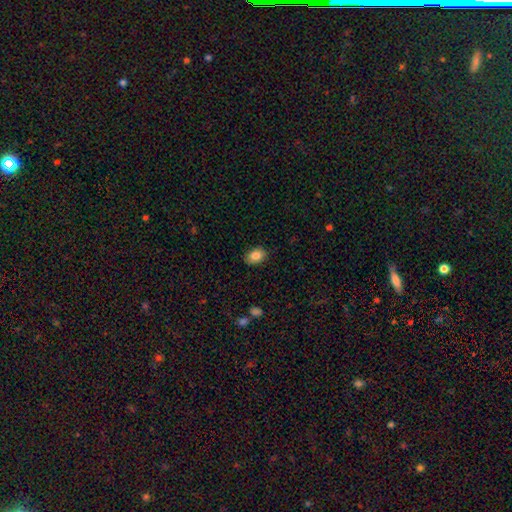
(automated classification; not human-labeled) Smooth or featured?
  - smooth: 85% *
  - star or artifact: 8%
  - featured or disk: 7%
How rounded?
  - in between: 77% *
  - round: 22%
  - cigar-shaped: 1%
Merging?
  - none: 86% *
  - minor disturbance: 11%
  - major disturbance: 2%
  - merger: 1%